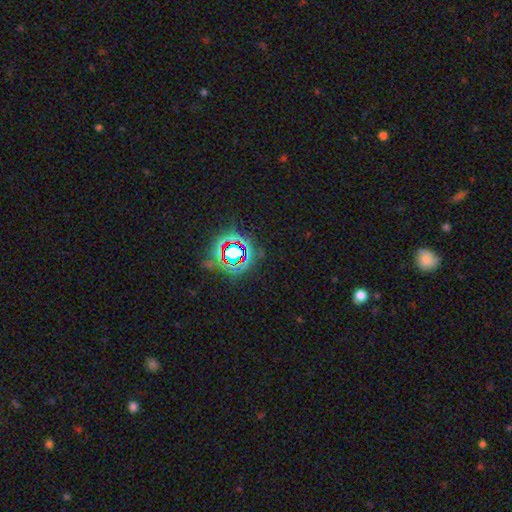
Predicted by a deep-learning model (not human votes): star or artifact 77%, smooth 13%, featured or disk 10%.